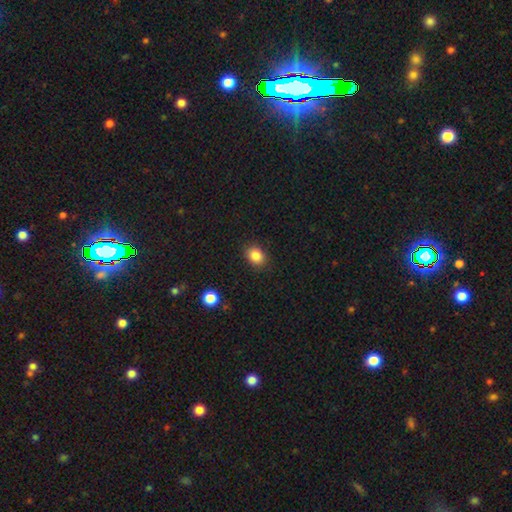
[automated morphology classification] A smooth galaxy with no disk features (85%) that is in between round and cigar-shaped (58%). Merging: none (88%).